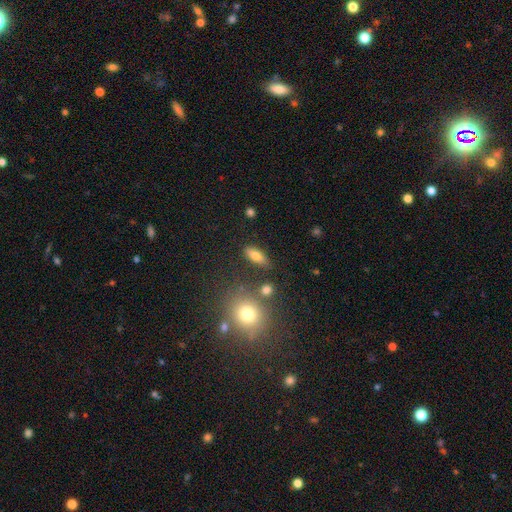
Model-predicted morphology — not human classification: This is likely a smooth galaxy (75%). How rounded: likely in between (69%). Merging: likely none (78%).